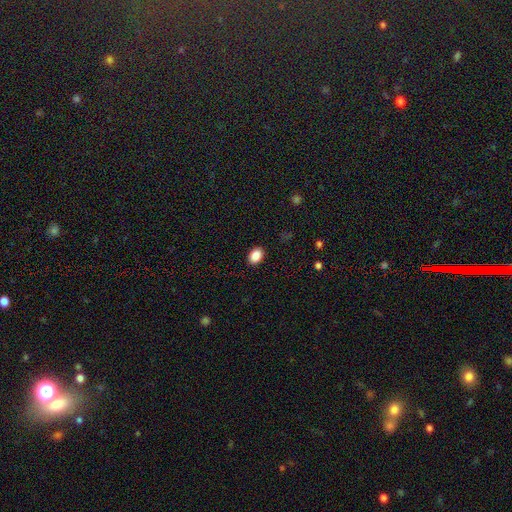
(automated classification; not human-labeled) A smooth galaxy with no disk features (88%) that is in between round and cigar-shaped (76%).

Vote fractions:
- Smooth or featured? smooth: 88% / star or artifact: 8% / featured or disk: 3%
- How rounded? in between: 76% / round: 23% / cigar-shaped: 1%
- Merging? none: 90% / minor disturbance: 7% / major disturbance: 2% / merger: 1%